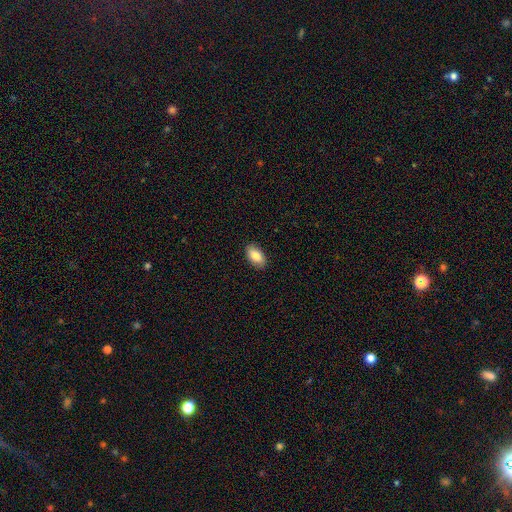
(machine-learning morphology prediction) type=smooth (84%); roundness=in between (93%); merging=none (89%).